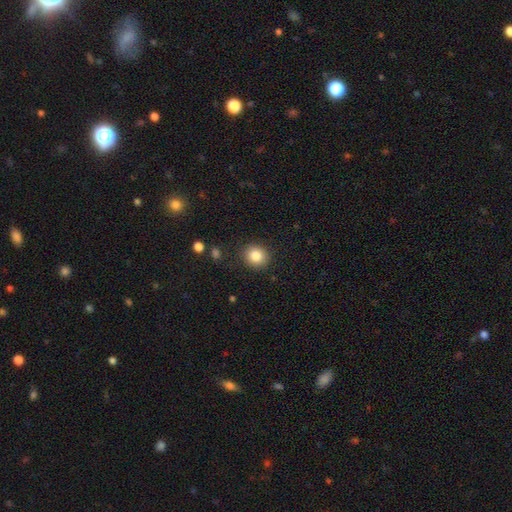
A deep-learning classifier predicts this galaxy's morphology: A smooth galaxy with no disk features (84%) that is round (83%).

Vote fractions:
- Smooth or featured? smooth: 84% / star or artifact: 10% / featured or disk: 6%
- How rounded? round: 83% / in between: 16% / cigar-shaped: 1%
- Merging? none: 89% / minor disturbance: 8% / major disturbance: 2% / merger: 1%